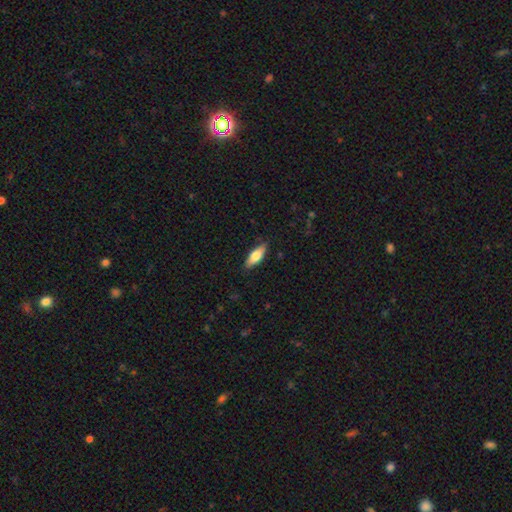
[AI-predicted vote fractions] Smooth or featured? smooth (71%)
How rounded? in between (65%)
Merging? none (86%)